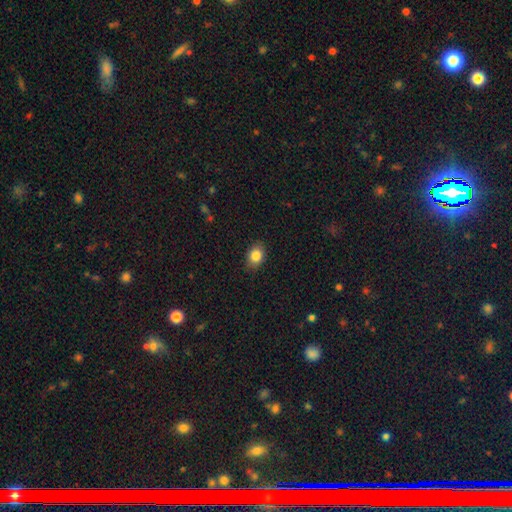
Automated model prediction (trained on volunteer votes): The model was most divided on "how rounded": in between: 68%, round: 31%, cigar-shaped: 1%. More confident: merging — none (86%); smooth or featured — smooth (85%).